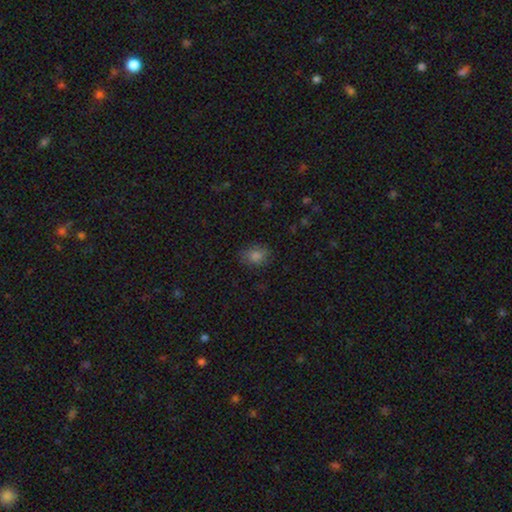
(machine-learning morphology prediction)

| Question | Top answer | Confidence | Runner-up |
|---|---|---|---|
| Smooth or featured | smooth | 79% | star or artifact (14%) |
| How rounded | in between | 58% | round (41%) |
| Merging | none | 80% | minor disturbance (15%) |